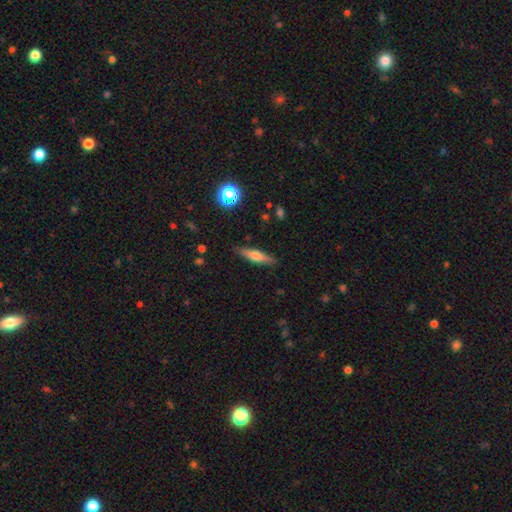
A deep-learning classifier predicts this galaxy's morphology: Smooth or featured? smooth (47%)
Merging? none (87%)